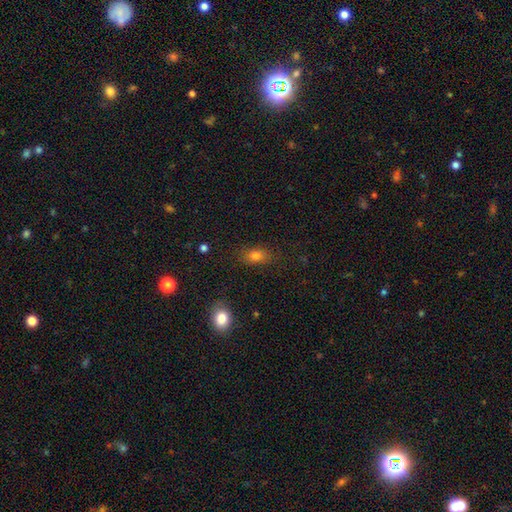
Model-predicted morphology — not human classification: This is likely a smooth galaxy (78%). How rounded: likely in between (77%). Merging: clearly none (83%).